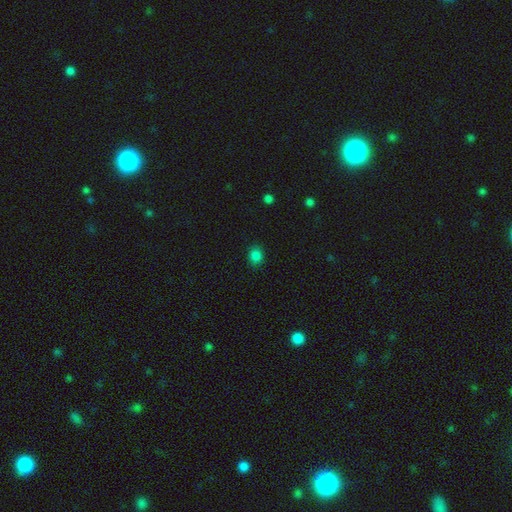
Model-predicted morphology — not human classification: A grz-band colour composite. It shows a smooth galaxy with no disk features (83%) that is round (59%). Merging: none (87%).